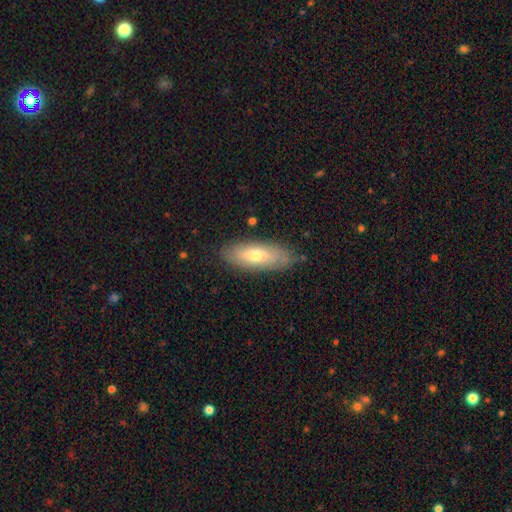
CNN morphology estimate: Smooth or featured?
  - smooth: 61% *
  - featured or disk: 31%
  - star or artifact: 8%
How rounded?
  - in between: 64% *
  - cigar-shaped: 34%
  - round: 2%
Merging?
  - none: 84% *
  - minor disturbance: 12%
  - major disturbance: 2%
  - merger: 1%